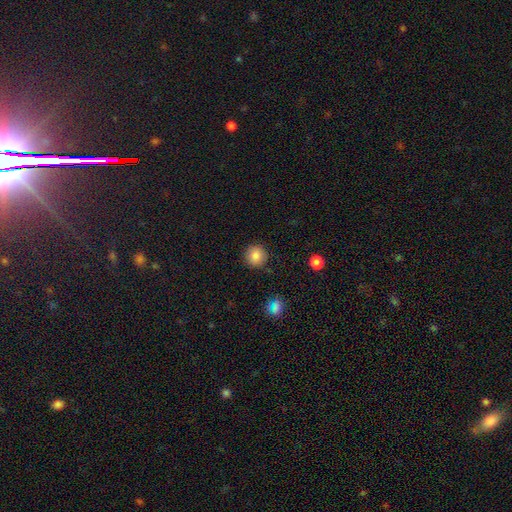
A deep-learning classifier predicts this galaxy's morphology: The model was most divided on "smooth or featured": smooth: 84%, star or artifact: 11%, featured or disk: 5%. More confident: how rounded — round (93%); merging — none (89%).